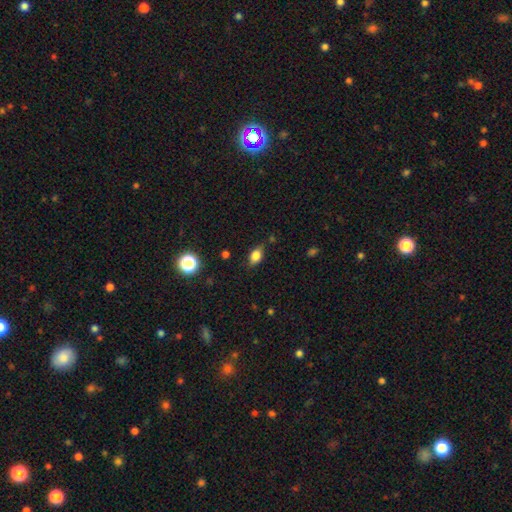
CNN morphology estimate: Smooth or featured?
  - smooth: 80% *
  - star or artifact: 11%
  - featured or disk: 10%
How rounded?
  - in between: 81% *
  - round: 15%
  - cigar-shaped: 4%
Merging?
  - none: 78% *
  - minor disturbance: 17%
  - major disturbance: 4%
  - merger: 2%